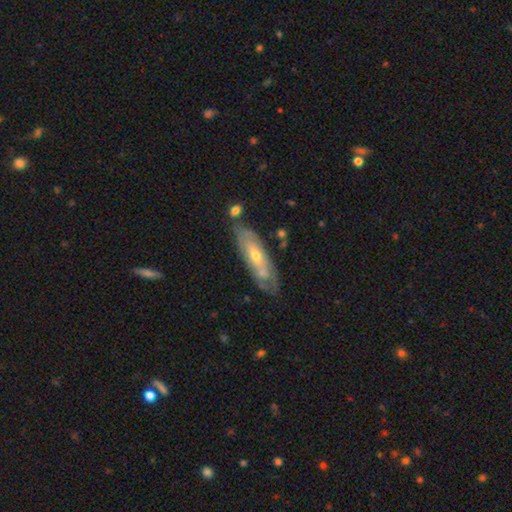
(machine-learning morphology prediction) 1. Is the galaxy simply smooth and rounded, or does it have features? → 62% featured or disk, 33% smooth, 6% star or artifact.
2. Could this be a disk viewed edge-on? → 71% no, 29% yes.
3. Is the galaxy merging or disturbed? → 69% none, 20% minor disturbance, 6% merger, 5% major disturbance.